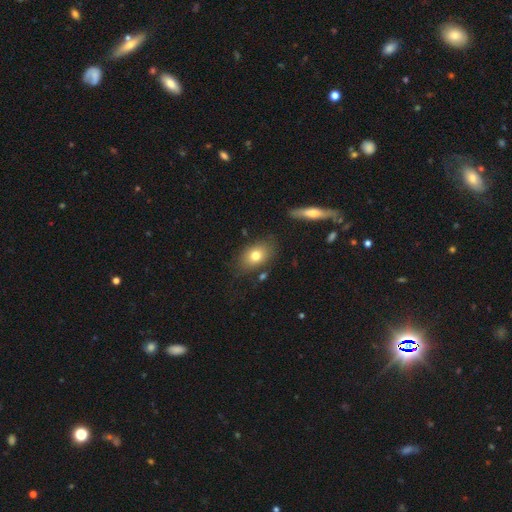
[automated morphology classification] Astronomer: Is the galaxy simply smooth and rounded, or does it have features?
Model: smooth — 75%.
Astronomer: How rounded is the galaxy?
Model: in between — 78%.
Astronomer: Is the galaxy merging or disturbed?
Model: none — 77%.